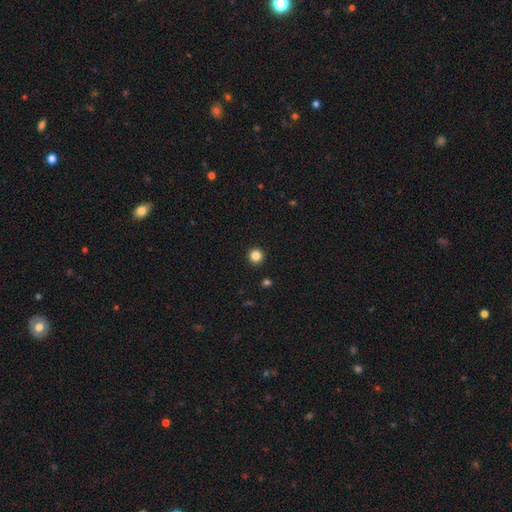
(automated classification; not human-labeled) Overall: smooth (85%). How rounded: round (96%). Merging: none (94%).